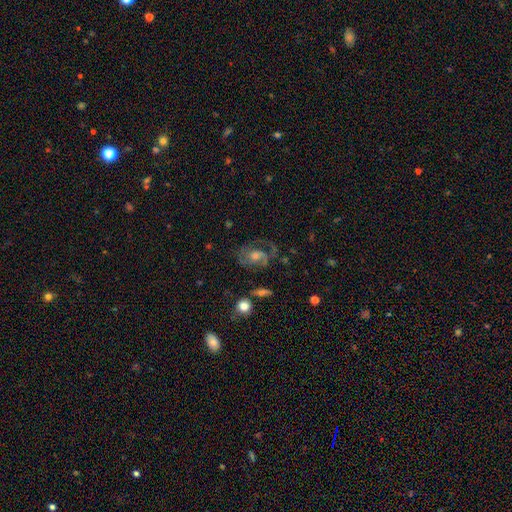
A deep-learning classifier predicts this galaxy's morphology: Q: Smooth or featured?
A: featured or disk (74%); runner-up: smooth (15%)
Q: Edge-on disk?
A: no (97%); runner-up: yes (3%)
Q: Bar?
A: no (67%); runner-up: weak (28%)
Q: Spiral arms?
A: yes (87%); runner-up: no (13%)
Q: Spiral winding?
A: medium (43%); runner-up: tight (41%)
Q: Spiral arm count?
A: 2 (51%); runner-up: can't tell (21%)
Q: Bulge size?
A: moderate (57%); runner-up: small (27%)
Q: Merging?
A: none (60%); runner-up: major disturbance (19%)